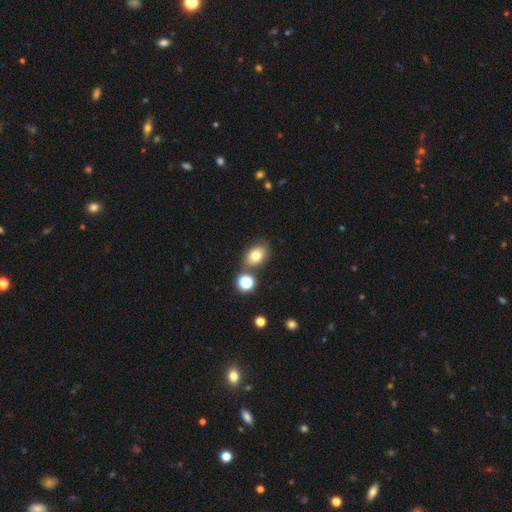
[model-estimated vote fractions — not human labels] Q: Smooth or featured?
A: smooth (77%); runner-up: star or artifact (12%)
Q: How rounded?
A: in between (74%); runner-up: round (24%)
Q: Merging?
A: none (74%); runner-up: minor disturbance (12%)